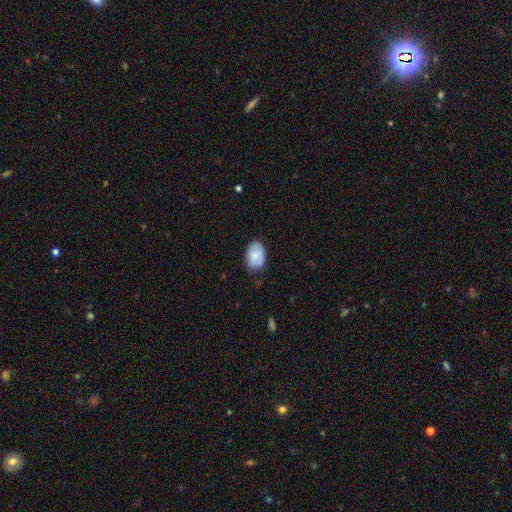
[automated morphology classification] Smooth or featured?
  - smooth: 83% *
  - featured or disk: 11%
  - star or artifact: 6%
How rounded?
  - in between: 86% *
  - round: 13%
  - cigar-shaped: 1%
Merging?
  - none: 78% *
  - minor disturbance: 18%
  - major disturbance: 3%
  - merger: 1%